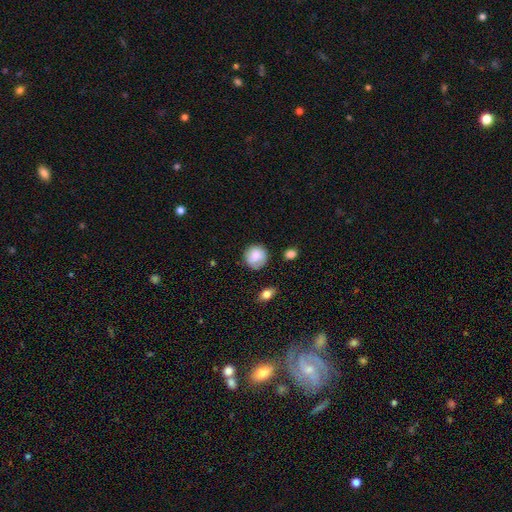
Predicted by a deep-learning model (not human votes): This is clearly a smooth galaxy (83%). How rounded: clearly round (91%). Merging: likely none (77%).